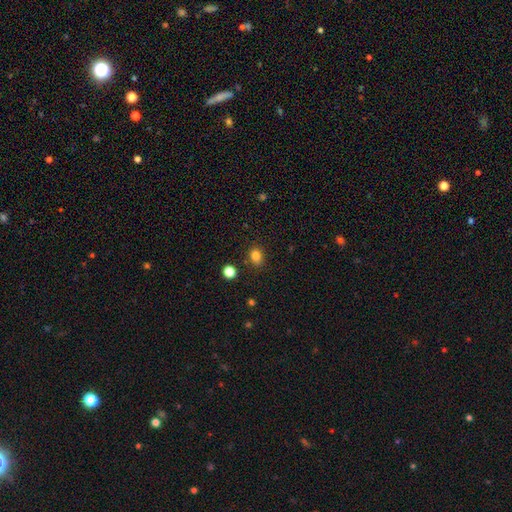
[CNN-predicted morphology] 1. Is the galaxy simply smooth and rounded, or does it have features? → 82% smooth, 13% star or artifact, 5% featured or disk.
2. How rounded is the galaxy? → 51% in between, 48% round, 1% cigar-shaped.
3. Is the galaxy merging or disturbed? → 83% none, 11% minor disturbance, 3% merger, 3% major disturbance.